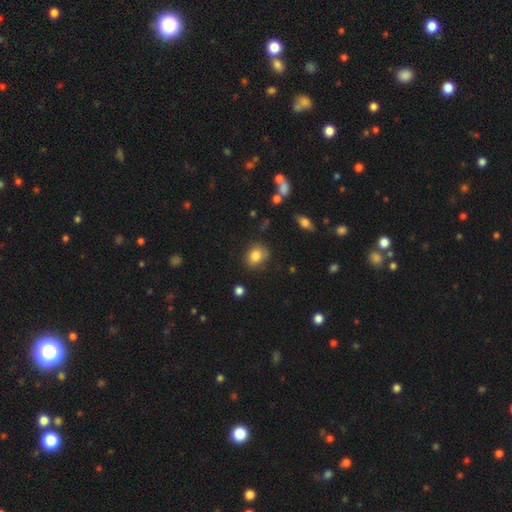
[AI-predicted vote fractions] A smooth galaxy with no disk features (83%) that is round (53%). Merging: none (76%).